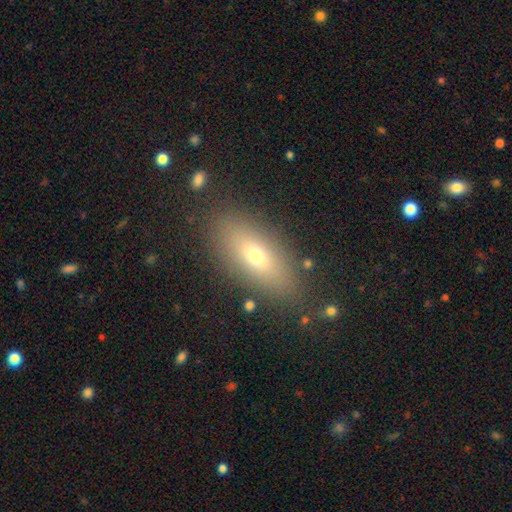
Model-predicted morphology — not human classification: This appears to be a smooth galaxy with no disk features (64%) that is in between round and cigar-shaped (71%). Merging: none (85%).